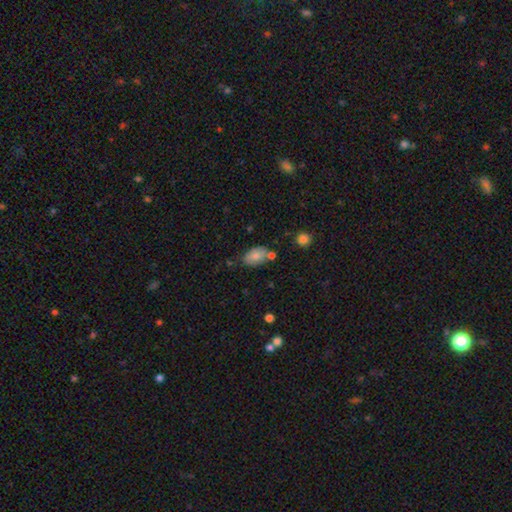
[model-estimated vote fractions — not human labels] Smooth or featured?
  - smooth: 77% *
  - featured or disk: 15%
  - star or artifact: 8%
How rounded?
  - in between: 90% *
  - round: 9%
  - cigar-shaped: 1%
Merging?
  - none: 64% *
  - minor disturbance: 20%
  - merger: 11%
  - major disturbance: 5%